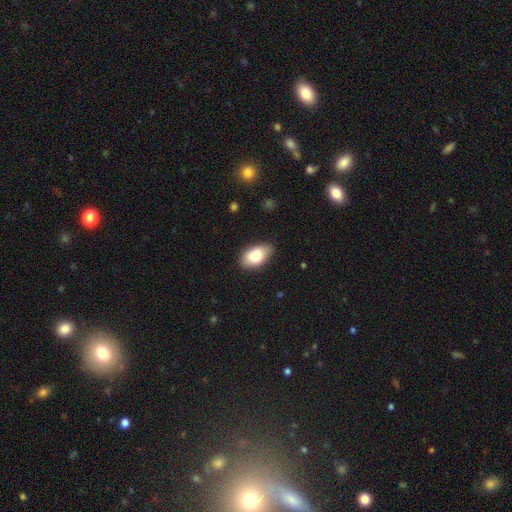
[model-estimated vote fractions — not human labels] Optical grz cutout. It shows a smooth galaxy with no disk features (83%) that is in between round and cigar-shaped (94%). Merging: none (82%).